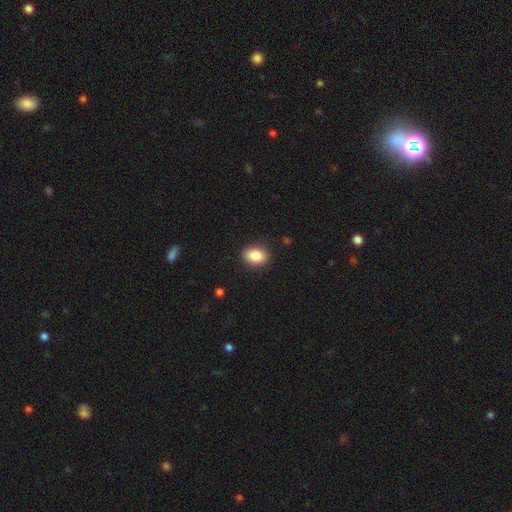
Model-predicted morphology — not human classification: This is clearly a smooth galaxy (86%). How rounded: likely in between (70%). Merging: clearly none (88%).